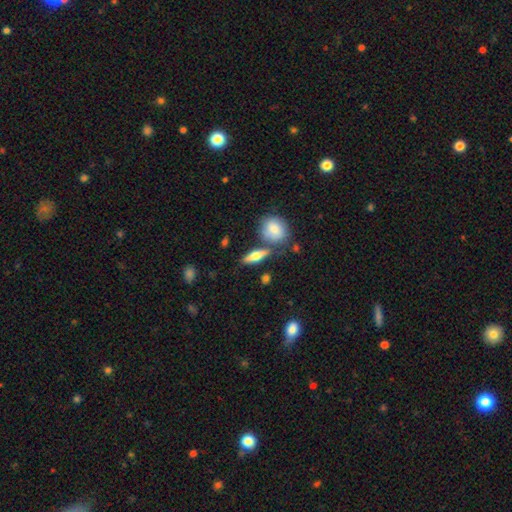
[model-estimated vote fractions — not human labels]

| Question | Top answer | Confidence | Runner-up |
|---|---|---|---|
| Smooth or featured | smooth | 54% | featured or disk (39%) |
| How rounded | cigar-shaped | 48% | in between (45%) |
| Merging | none | 73% | merger (12%) |